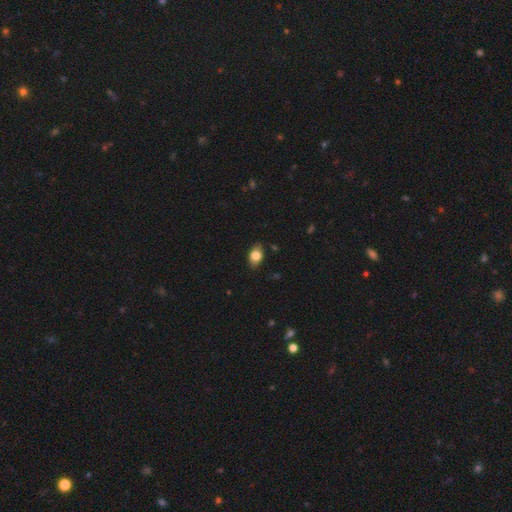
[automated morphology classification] smooth 77%, featured or disk 15%, star or artifact 8%. Down the decision tree: how rounded — in between (83%); merging — none (84%).